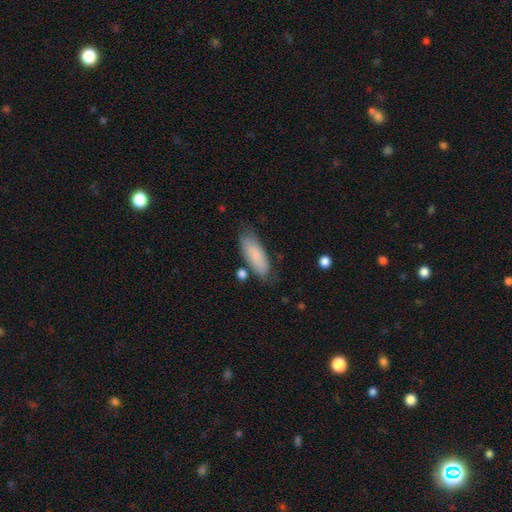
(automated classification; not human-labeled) The model was most divided on "how rounded": in between: 71%, cigar-shaped: 27%, round: 2%. More confident: smooth or featured — smooth (82%); merging — none (68%).